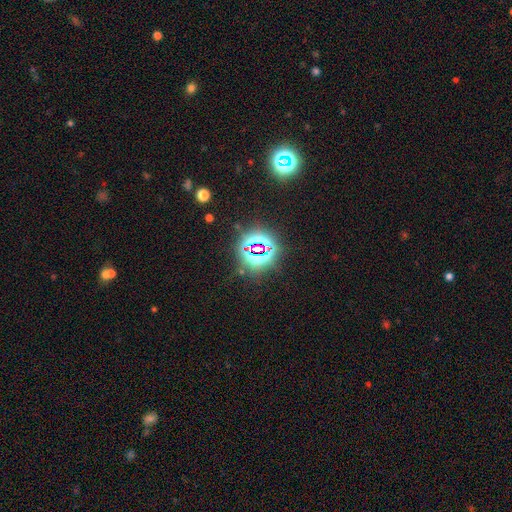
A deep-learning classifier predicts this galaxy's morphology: Smooth or featured? Predicted: star or artifact (p=0.80).